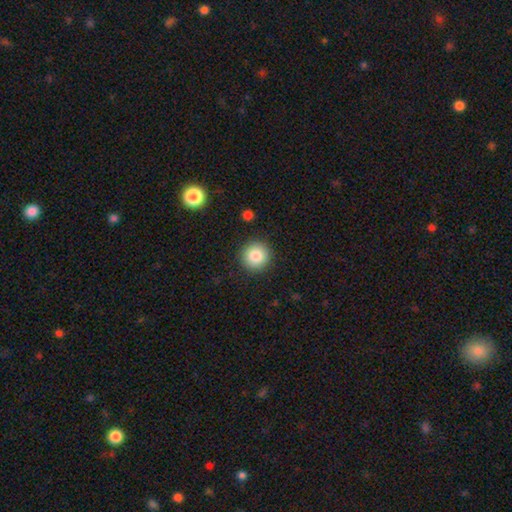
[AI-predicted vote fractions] Smooth or featured?
  - smooth: 85% *
  - star or artifact: 9%
  - featured or disk: 6%
How rounded?
  - round: 95% *
  - in between: 5%
  - cigar-shaped: 1%
Merging?
  - none: 91% *
  - minor disturbance: 6%
  - major disturbance: 2%
  - merger: 1%